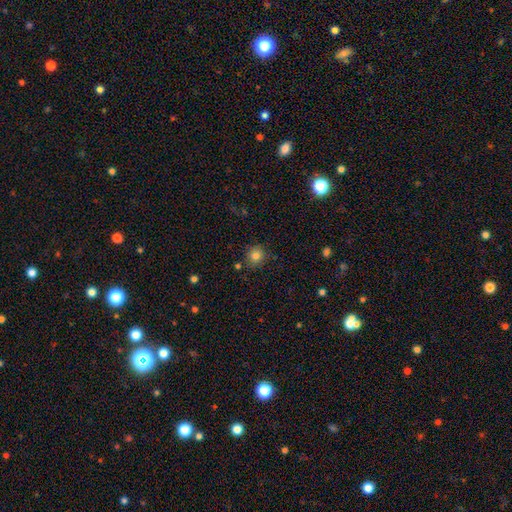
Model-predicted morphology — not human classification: Q: Smooth or featured?
A: smooth (80%); runner-up: star or artifact (12%)
Q: How rounded?
A: round (90%); runner-up: in between (9%)
Q: Merging?
A: none (83%); runner-up: minor disturbance (11%)